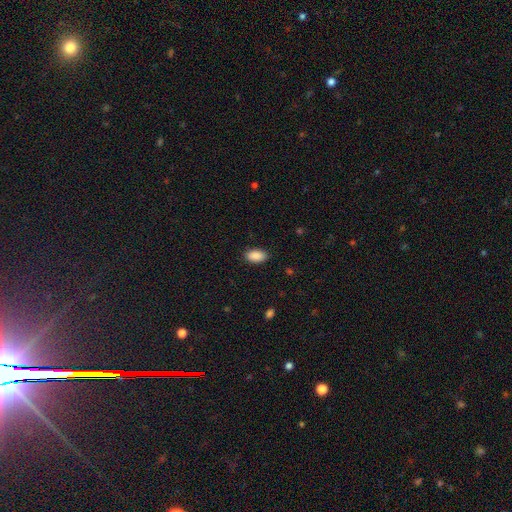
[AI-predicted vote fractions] Q: Smooth or featured?
A: smooth (90%); runner-up: star or artifact (7%)
Q: How rounded?
A: in between (94%); runner-up: round (4%)
Q: Merging?
A: none (88%); runner-up: minor disturbance (9%)